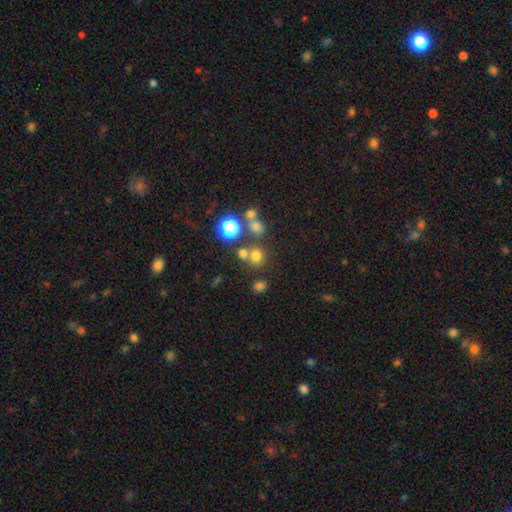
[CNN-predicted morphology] Smooth or featured? smooth (68%)
How rounded? round (77%)
Merging? none (63%)